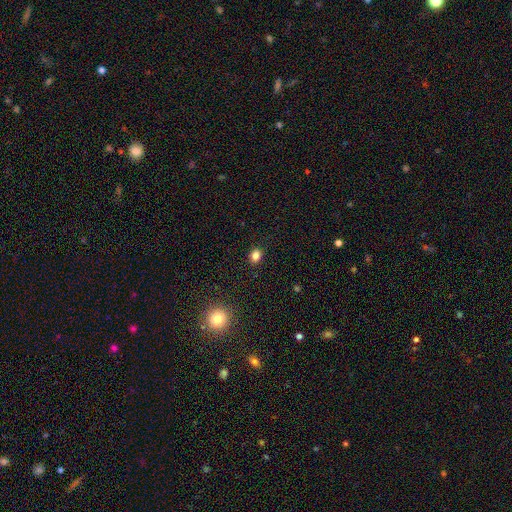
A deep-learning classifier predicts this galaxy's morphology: A smooth galaxy with no disk features (82%) that is round (51%). Merging: none (89%).